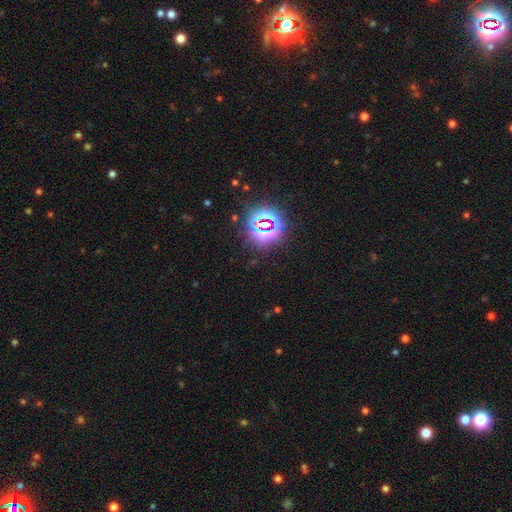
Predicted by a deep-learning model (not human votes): Overall: star or artifact (82%).